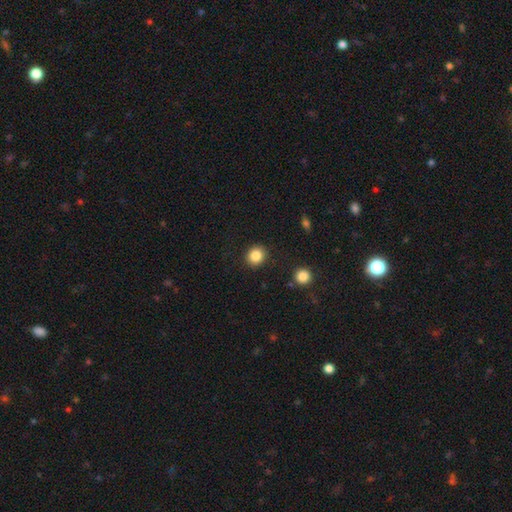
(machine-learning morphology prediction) This is clearly a smooth galaxy (85%). How rounded: clearly round (82%). Merging: clearly none (90%).